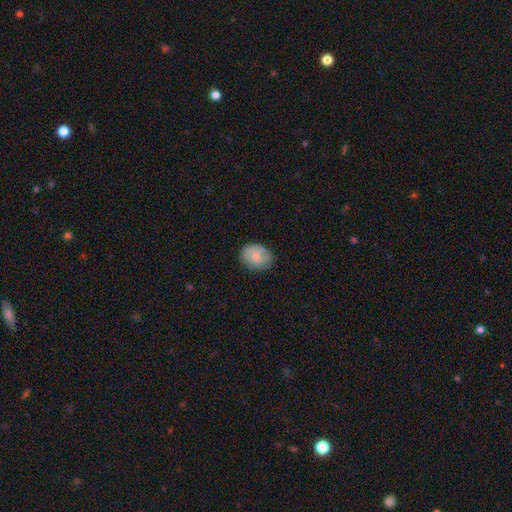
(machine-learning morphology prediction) smooth 71%, featured or disk 22%, star or artifact 7%. Down the decision tree: how rounded — in between (60%); merging — none (75%).